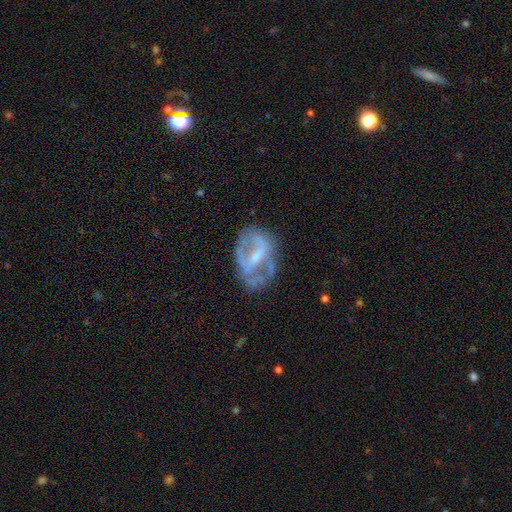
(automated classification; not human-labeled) smooth-or-featured: featured or disk: 70% | smooth: 22% | star or artifact: 8%
  disk-edge-on: no: 95% | yes: 5%
    bar: weak: 39% | strong: 34% | no: 27%
    has-spiral-arms: no: 54% | yes: 46%
    bulge-size: small: 39% | moderate: 36% | none: 19% | large: 4% | dominant: 1%
  merging: none: 49% | minor disturbance: 25% | major disturbance: 22% | merger: 4%